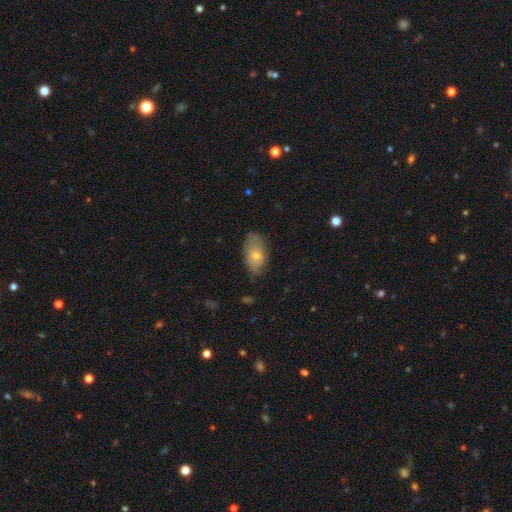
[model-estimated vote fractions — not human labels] smooth_or_featured: smooth (p=0.53) [alt: featured or disk p=0.37]
how_rounded: in between (p=0.89) [alt: round p=0.07]
merging: none (p=0.71) [alt: minor disturbance p=0.22]